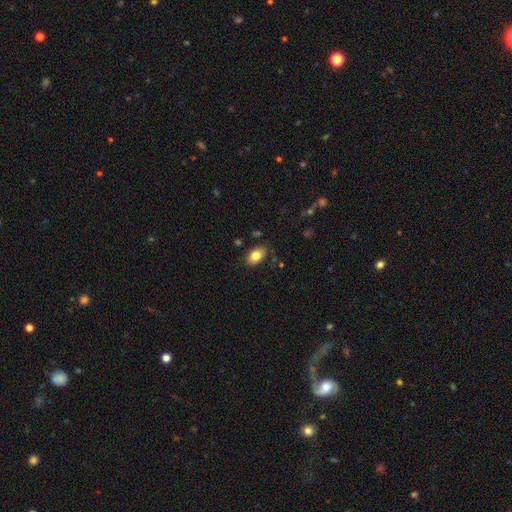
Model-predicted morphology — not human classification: Smooth or featured?
  - smooth: 82% *
  - featured or disk: 10%
  - star or artifact: 8%
How rounded?
  - in between: 89% *
  - round: 10%
  - cigar-shaped: 1%
Merging?
  - none: 83% *
  - minor disturbance: 12%
  - major disturbance: 3%
  - merger: 2%